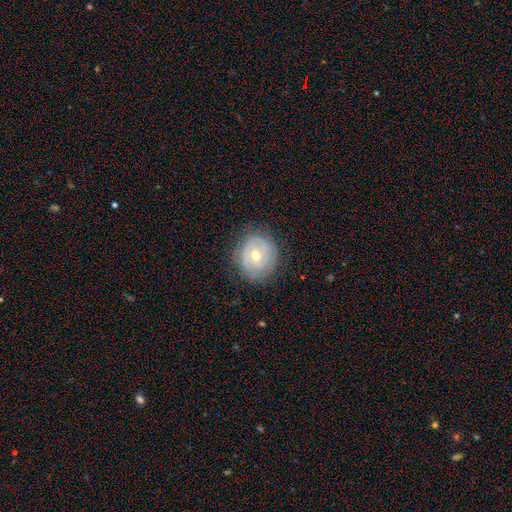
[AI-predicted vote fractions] This is likely a featured or disk galaxy (66%). It is clearly not viewed edge-on (96%). Bar: likely no (67%). Spiral arm pattern: likely yes (73%). Central bulge: possibly moderate (59%). Merging: likely none (78%).